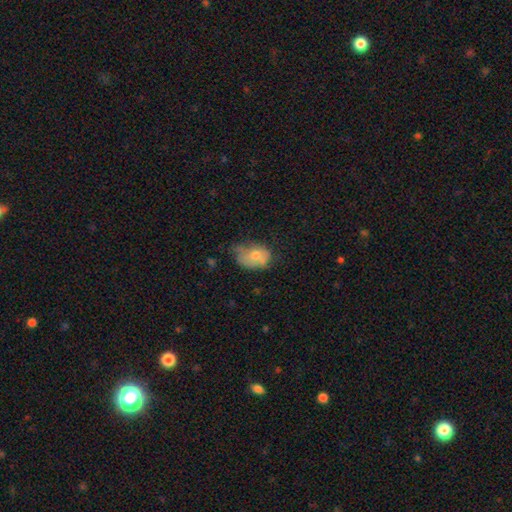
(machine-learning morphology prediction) This appears to be a smooth galaxy with no disk features (60%) that is in between round and cigar-shaped (68%). Merging: minor disturbance (40%).